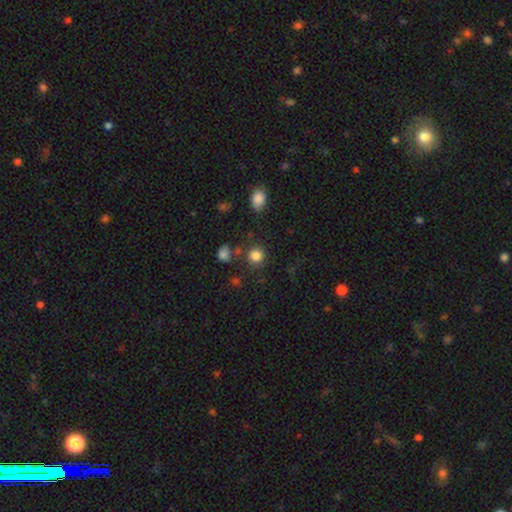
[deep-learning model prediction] smooth-or-featured: smooth: 83% | star or artifact: 12% | featured or disk: 5%
  how-rounded: round: 89% | in between: 10% | cigar-shaped: 1%
  merging: none: 81% | minor disturbance: 9% | merger: 6% | major disturbance: 4%